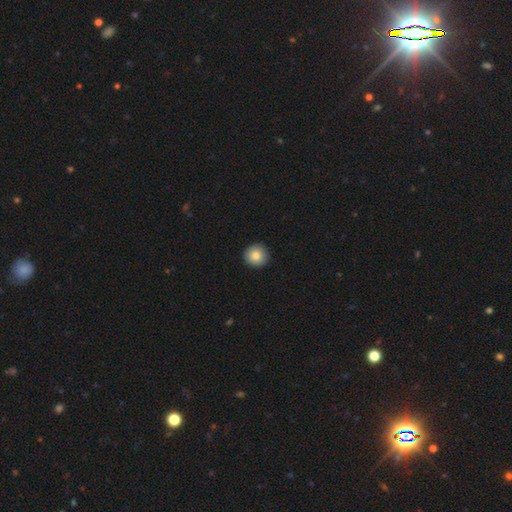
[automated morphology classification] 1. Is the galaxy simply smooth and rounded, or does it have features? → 84% smooth, 8% star or artifact, 7% featured or disk.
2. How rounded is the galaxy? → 94% round, 5% in between, 1% cigar-shaped.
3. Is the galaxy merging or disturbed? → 93% none, 5% minor disturbance, 1% major disturbance, 1% merger.